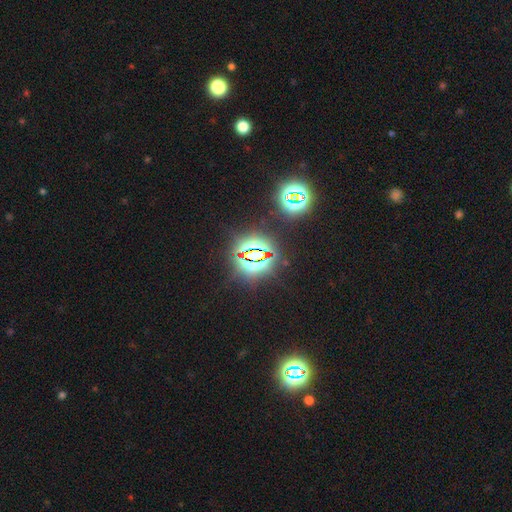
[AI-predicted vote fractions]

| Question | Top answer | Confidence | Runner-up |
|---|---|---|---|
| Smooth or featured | star or artifact | 82% | smooth (10%) |